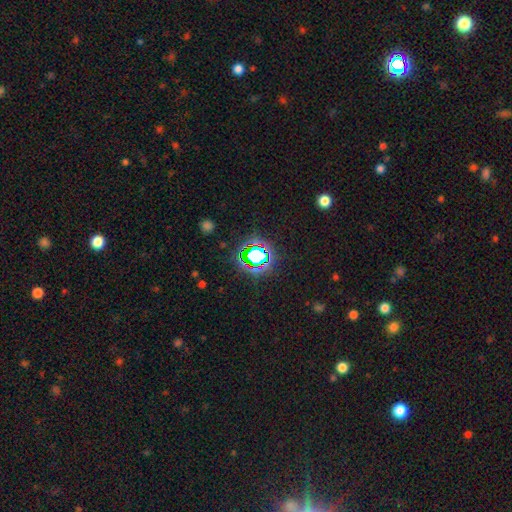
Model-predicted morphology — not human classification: smooth-or-featured: star or artifact: 69% | smooth: 20% | featured or disk: 11%